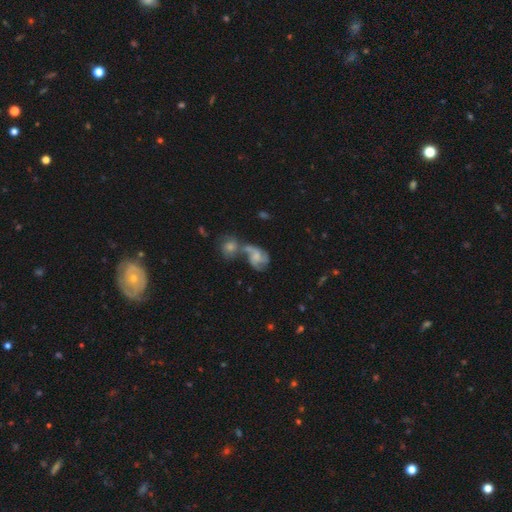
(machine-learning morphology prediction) Smooth or featured: featured or disk — 67% (smooth — 24%)
Edge-on disk: no — 97% (yes — 3%)
Bar: no — 65% (weak — 30%)
Spiral arms: yes — 89% (no — 11%)
Spiral winding: medium — 49% (loose — 30%)
Spiral arm count: 2 — 37% (3 — 31%)
Bulge size: moderate — 35% (small — 34%)
Merging: merger — 51% (none — 24%)